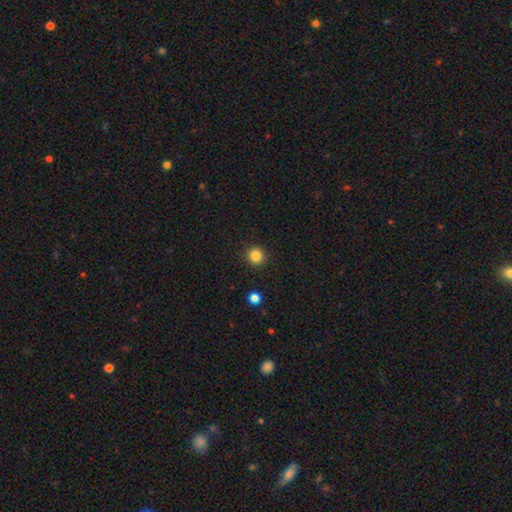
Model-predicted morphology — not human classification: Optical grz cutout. It shows a smooth galaxy with no disk features (85%) that is round (94%). Merging: none (92%).